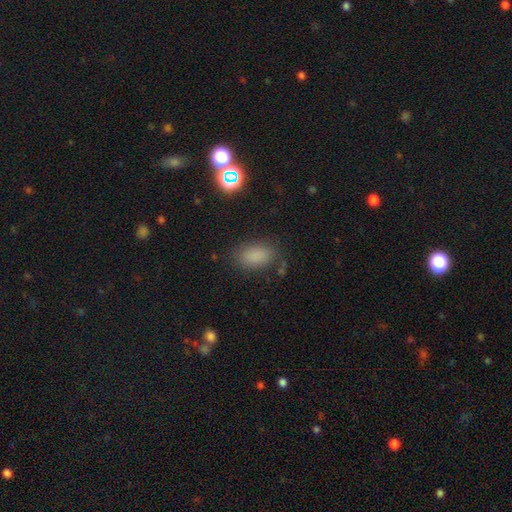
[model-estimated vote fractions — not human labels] Smooth or featured?
  - smooth: 81% *
  - star or artifact: 14%
  - featured or disk: 5%
How rounded?
  - in between: 88% *
  - round: 10%
  - cigar-shaped: 2%
Merging?
  - none: 78% *
  - minor disturbance: 14%
  - major disturbance: 5%
  - merger: 3%